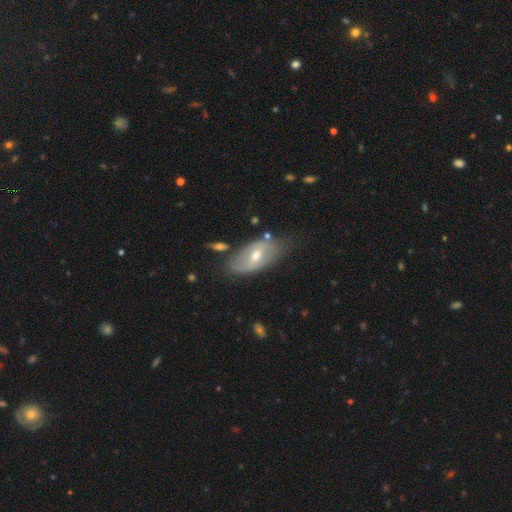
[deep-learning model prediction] Morphology: type=featured or disk (57%); edge-on=no (87%); merging=none (65%).